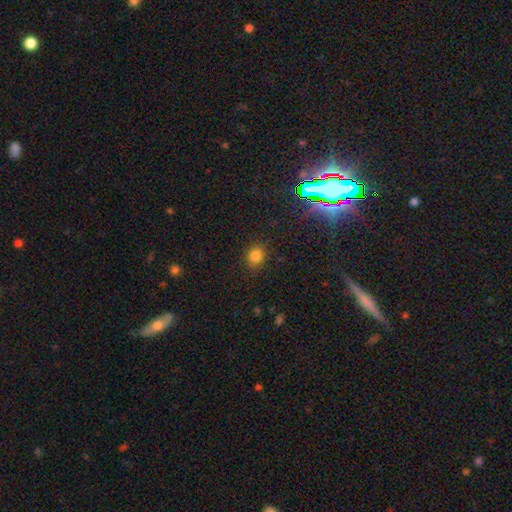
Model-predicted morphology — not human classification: Smooth or featured? Predicted: smooth (p=0.80). How rounded? Predicted: round (p=0.67). Merging? Predicted: none (p=0.87).